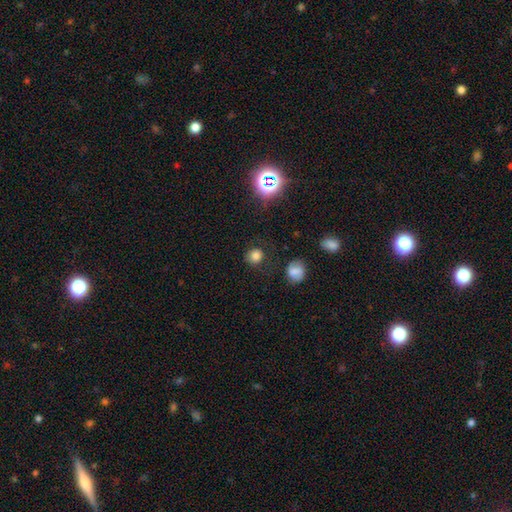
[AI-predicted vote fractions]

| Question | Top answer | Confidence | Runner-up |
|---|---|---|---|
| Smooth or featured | smooth | 76% | star or artifact (17%) |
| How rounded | round | 85% | in between (14%) |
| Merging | none | 80% | minor disturbance (12%) |